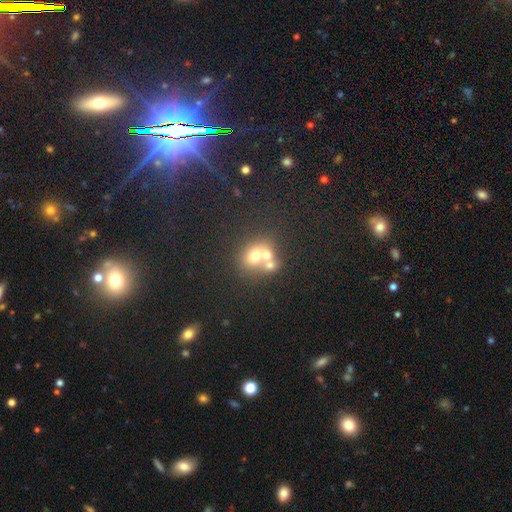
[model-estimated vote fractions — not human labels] Overall: smooth (62%; featured or disk 23%). How rounded: round (66%; in between 33%). Merging: merger (61%; none 29%).